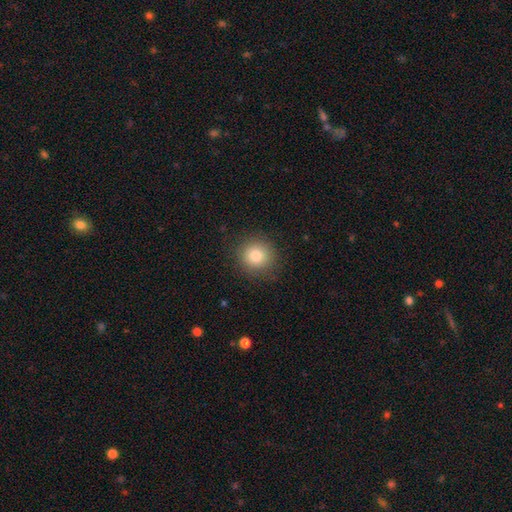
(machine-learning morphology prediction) The model was most divided on "smooth or featured": smooth: 81%, star or artifact: 11%, featured or disk: 8%. More confident: how rounded — round (90%); merging — none (88%).